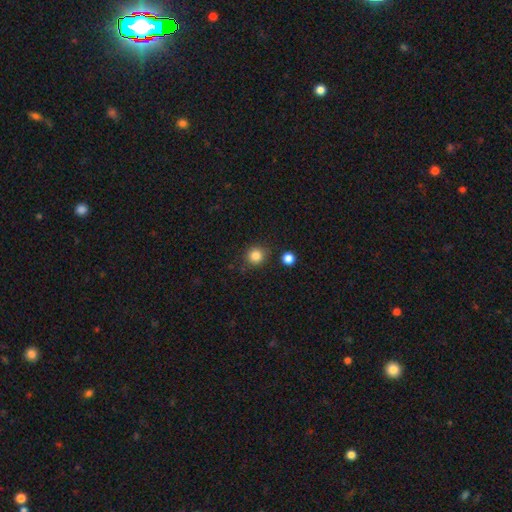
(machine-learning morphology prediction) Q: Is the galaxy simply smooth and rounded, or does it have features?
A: smooth — 85%.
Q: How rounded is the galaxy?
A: round — 91%.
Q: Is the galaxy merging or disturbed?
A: none — 84%.